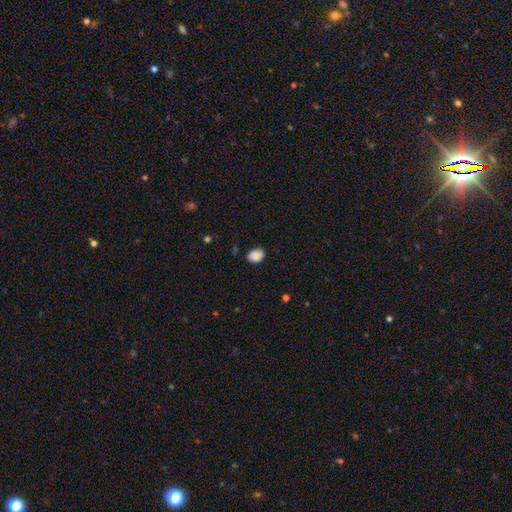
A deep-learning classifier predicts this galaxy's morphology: Smooth or featured? Predicted: smooth (p=0.88). How rounded? Predicted: in between (p=0.68). Merging? Predicted: none (p=0.80).